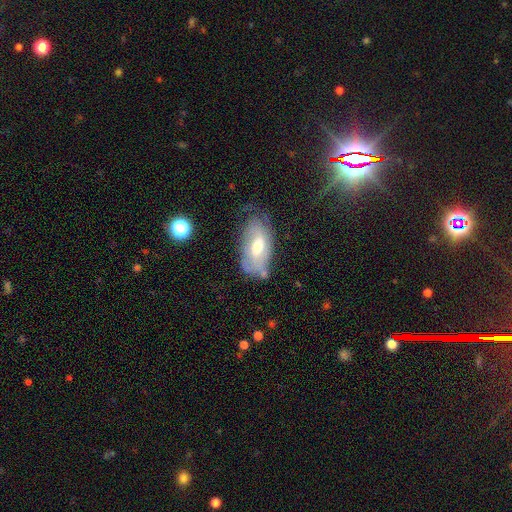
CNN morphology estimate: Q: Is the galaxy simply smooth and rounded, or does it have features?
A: featured or disk — 56%.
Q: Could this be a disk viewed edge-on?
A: no — 86%.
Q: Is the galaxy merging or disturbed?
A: none — 71%.